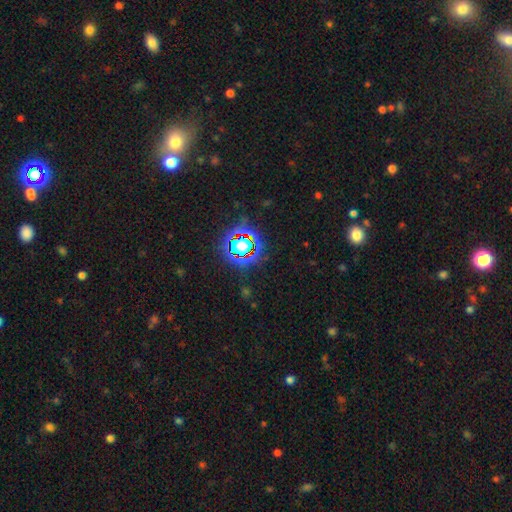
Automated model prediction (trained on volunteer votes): Q: Smooth or featured?
A: star or artifact (73%); runner-up: smooth (18%)